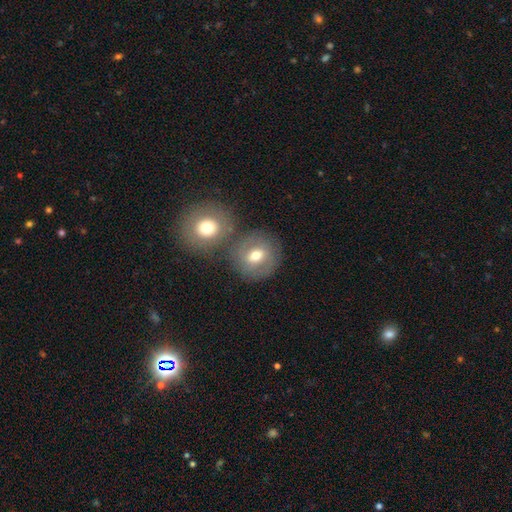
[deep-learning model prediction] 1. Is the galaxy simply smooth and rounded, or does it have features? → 56% smooth, 35% featured or disk, 9% star or artifact.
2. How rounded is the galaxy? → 81% round, 18% in between, 1% cigar-shaped.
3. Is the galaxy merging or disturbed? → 63% none, 22% merger, 11% minor disturbance, 4% major disturbance.